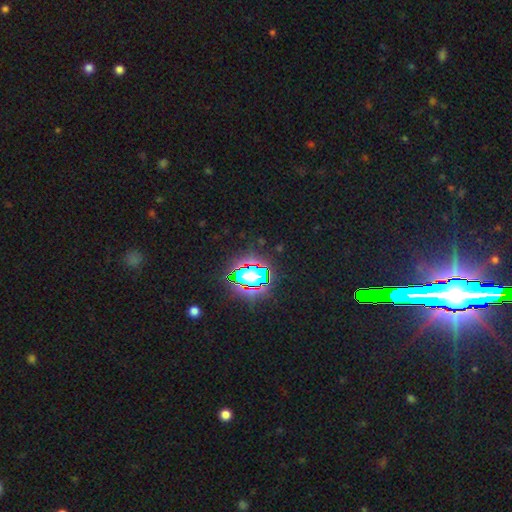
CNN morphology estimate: The model was most divided on "smooth or featured": star or artifact: 84%, smooth: 9%, featured or disk: 8%.